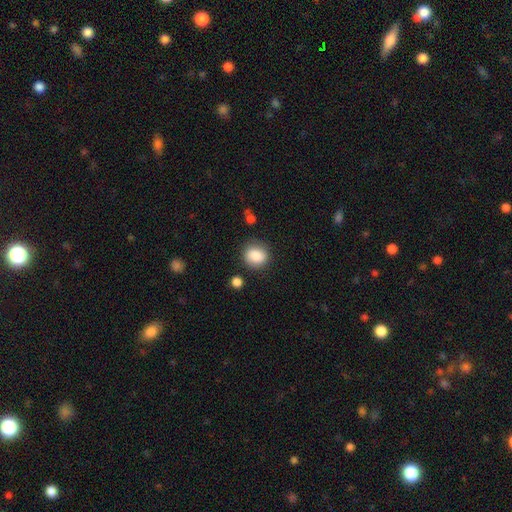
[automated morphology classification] A smooth galaxy with no disk features (86%) that is round (78%).

Vote fractions:
- Smooth or featured? smooth: 86% / star or artifact: 8% / featured or disk: 6%
- How rounded? round: 78% / in between: 21% / cigar-shaped: 1%
- Merging? none: 80% / minor disturbance: 13% / major disturbance: 4% / merger: 3%